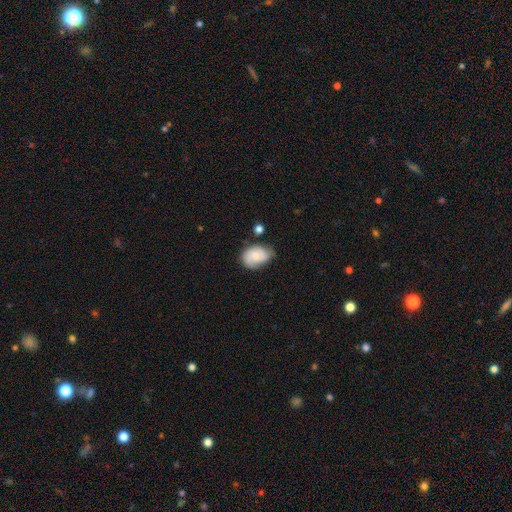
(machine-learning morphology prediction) Smooth or featured? smooth (55%)
How rounded? in between (74%)
Merging? none (53%)